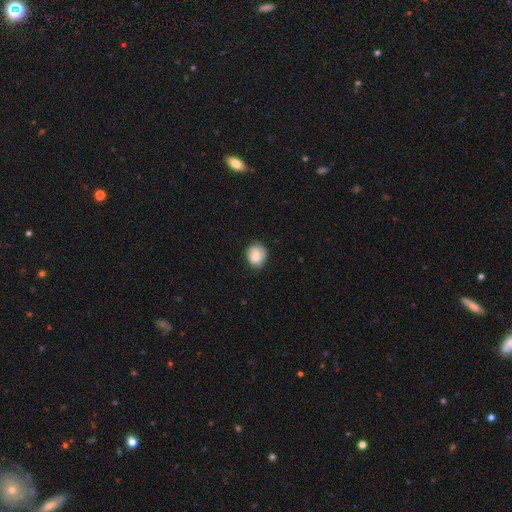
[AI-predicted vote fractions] Smooth or featured? Predicted: smooth (p=0.77). How rounded? Predicted: round (p=0.61). Merging? Predicted: none (p=0.69).